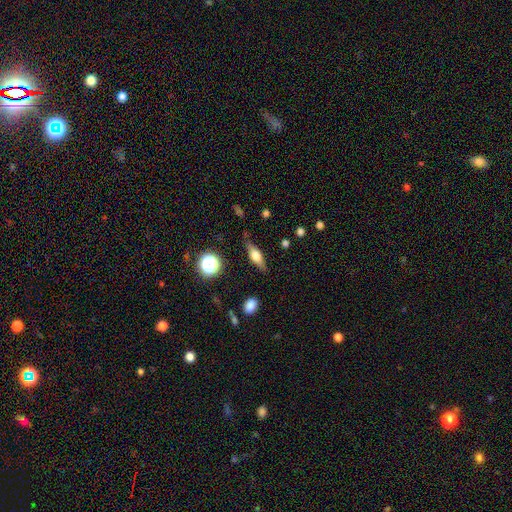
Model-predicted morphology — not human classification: Smooth or featured?
  - featured or disk: 49% *
  - smooth: 42%
  - star or artifact: 9%
Merging?
  - none: 82% *
  - minor disturbance: 13%
  - major disturbance: 4%
  - merger: 2%